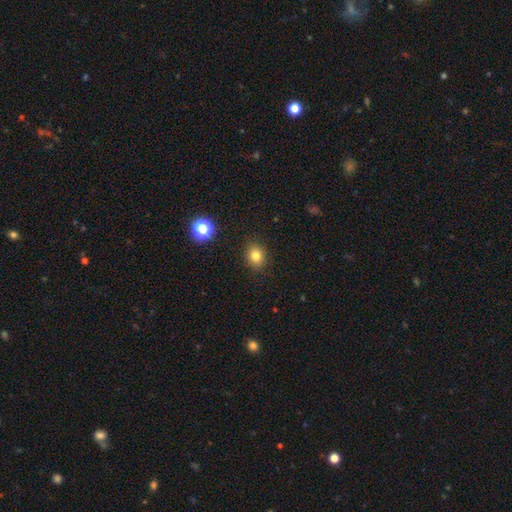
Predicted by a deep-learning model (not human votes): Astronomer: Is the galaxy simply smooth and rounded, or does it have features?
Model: smooth — 80%.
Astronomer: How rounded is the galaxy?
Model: round — 60% (runner-up: in between, 39%).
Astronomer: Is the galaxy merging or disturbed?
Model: none — 89%.